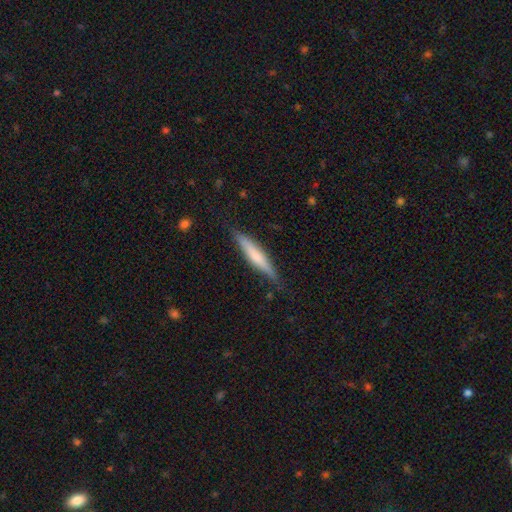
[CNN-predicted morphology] This is possibly a smooth galaxy (52%). How rounded: clearly cigar-shaped (91%). Merging: clearly none (84%).